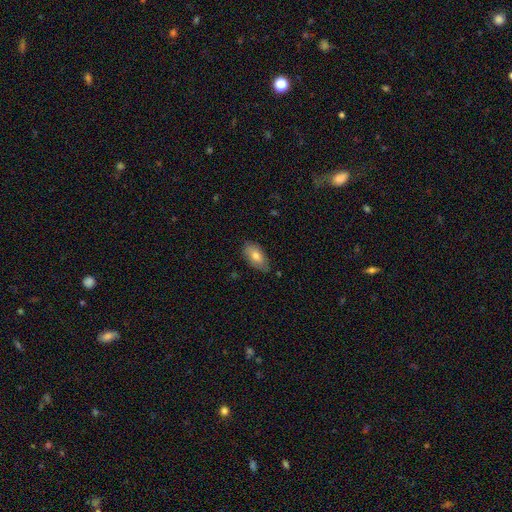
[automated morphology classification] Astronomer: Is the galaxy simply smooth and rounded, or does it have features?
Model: smooth — 77%.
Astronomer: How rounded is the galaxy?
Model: in between — 92%.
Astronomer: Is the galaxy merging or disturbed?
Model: none — 79%.